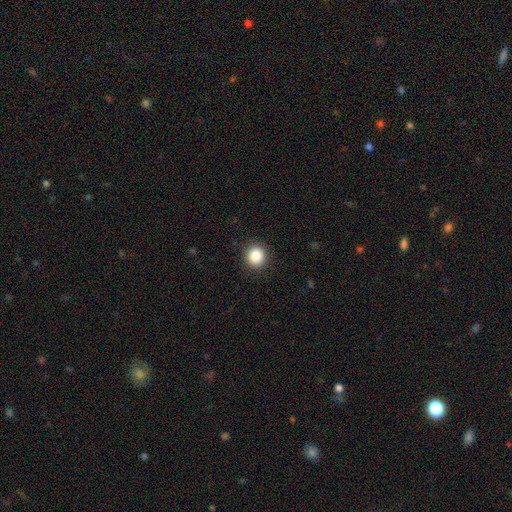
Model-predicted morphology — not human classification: Smooth or featured? Predicted: smooth (p=0.87). How rounded? Predicted: round (p=0.91). Merging? Predicted: none (p=0.91).